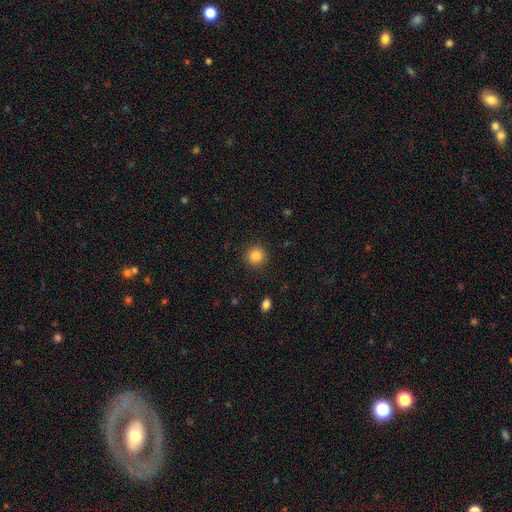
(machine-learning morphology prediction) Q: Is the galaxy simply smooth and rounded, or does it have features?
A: smooth — 85%.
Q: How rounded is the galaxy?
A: round — 93%.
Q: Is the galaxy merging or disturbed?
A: none — 91%.